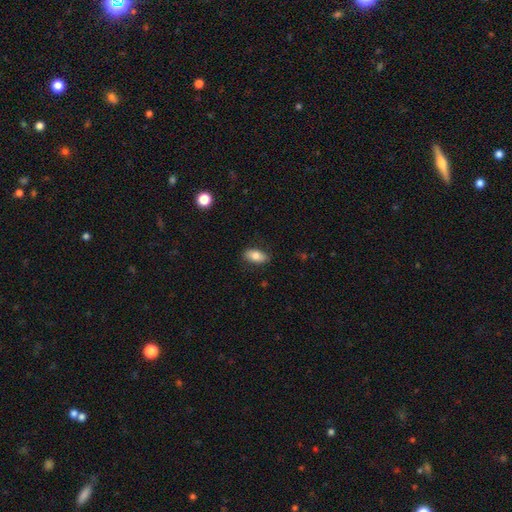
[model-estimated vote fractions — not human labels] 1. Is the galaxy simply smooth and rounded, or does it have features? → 79% smooth, 14% featured or disk, 7% star or artifact.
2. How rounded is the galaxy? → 90% in between, 5% cigar-shaped, 5% round.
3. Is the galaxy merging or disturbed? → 84% none, 12% minor disturbance, 3% major disturbance, 1% merger.